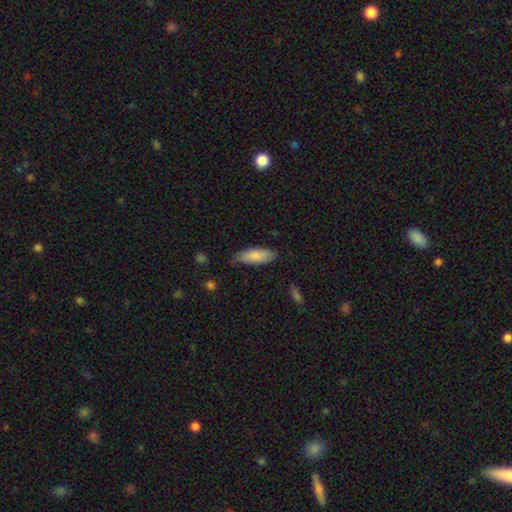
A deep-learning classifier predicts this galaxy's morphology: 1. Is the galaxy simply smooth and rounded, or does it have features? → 82% smooth, 12% featured or disk, 6% star or artifact.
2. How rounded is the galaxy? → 66% in between, 32% cigar-shaped, 2% round.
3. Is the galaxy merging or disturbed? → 72% none, 23% minor disturbance, 4% major disturbance, 2% merger.